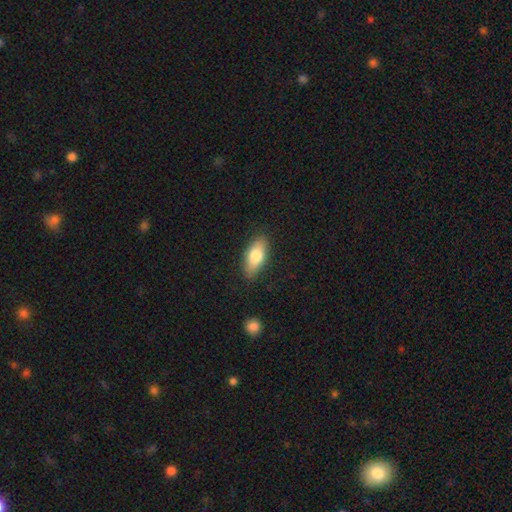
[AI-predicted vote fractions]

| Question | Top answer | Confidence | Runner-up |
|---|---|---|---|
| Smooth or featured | smooth | 75% | featured or disk (18%) |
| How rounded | in between | 81% | cigar-shaped (15%) |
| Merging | none | 85% | minor disturbance (11%) |